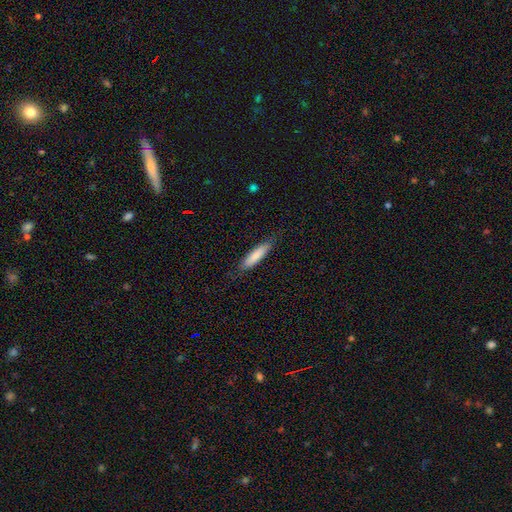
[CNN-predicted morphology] Q: Smooth or featured?
A: smooth (81%); runner-up: featured or disk (13%)
Q: How rounded?
A: cigar-shaped (77%); runner-up: in between (22%)
Q: Merging?
A: none (83%); runner-up: minor disturbance (13%)